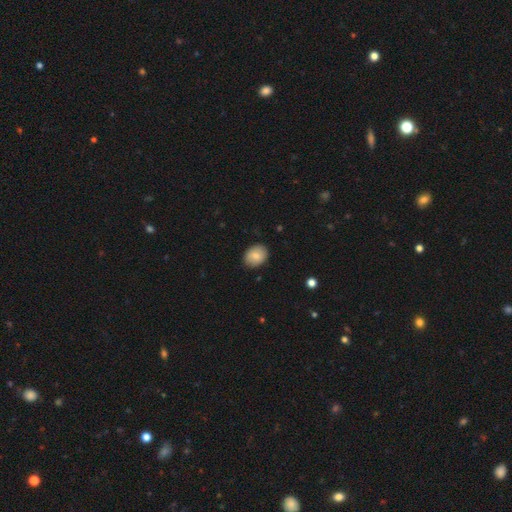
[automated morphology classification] Smooth or featured: smooth — 81% (featured or disk — 12%)
How rounded: in between — 61% (round — 38%)
Merging: none — 85% (minor disturbance — 12%)